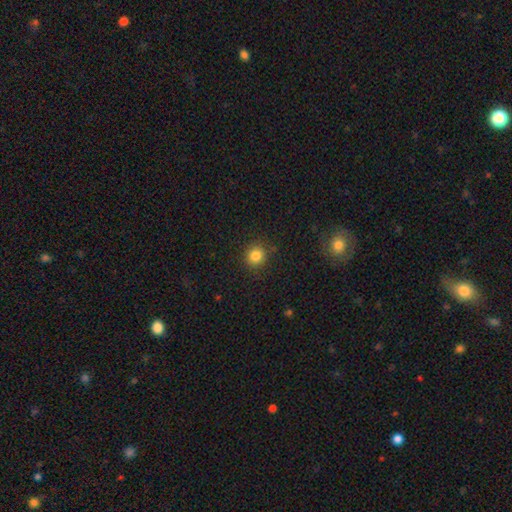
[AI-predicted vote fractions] Overall: smooth (83%). How rounded: round (87%). Merging: none (87%).